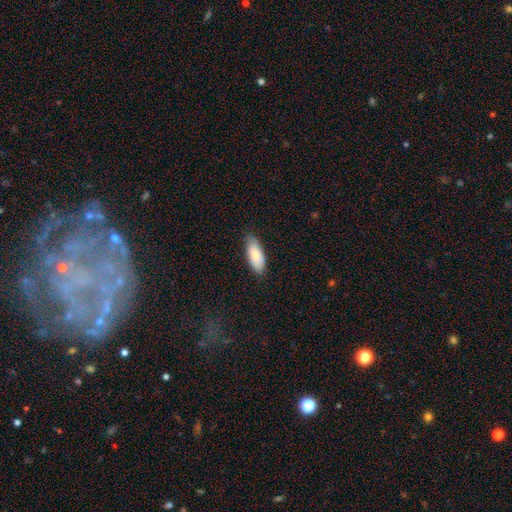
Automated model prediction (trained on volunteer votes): smooth 81%, featured or disk 13%, star or artifact 6%. Down the decision tree: how rounded — in between (82%); merging — none (78%).